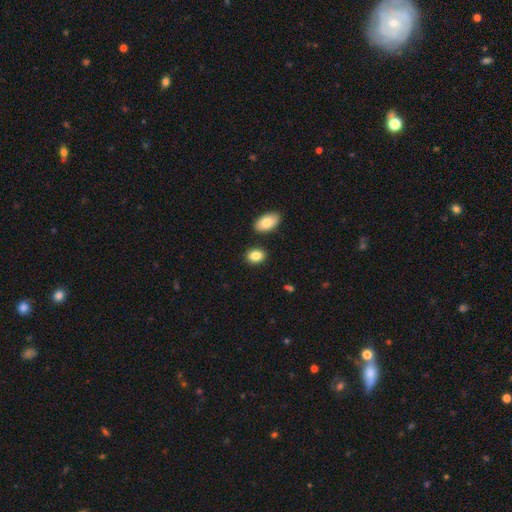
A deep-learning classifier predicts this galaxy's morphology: Smooth or featured? Predicted: smooth (p=0.85). How rounded? Predicted: in between (p=0.73). Merging? Predicted: none (p=0.83).